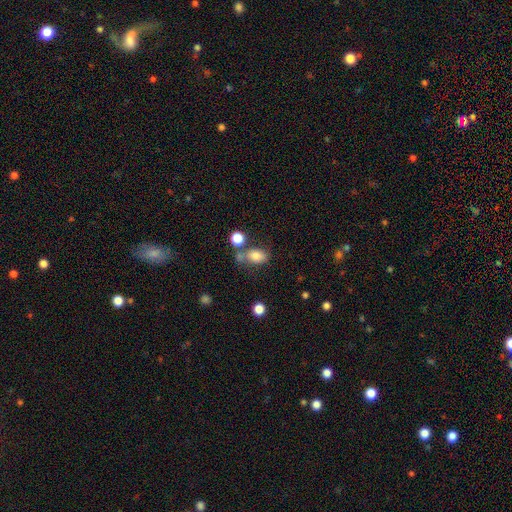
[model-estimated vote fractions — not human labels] Smooth or featured? Predicted: smooth (p=0.78). How rounded? Predicted: in between (p=0.77). Merging? Predicted: none (p=0.53).